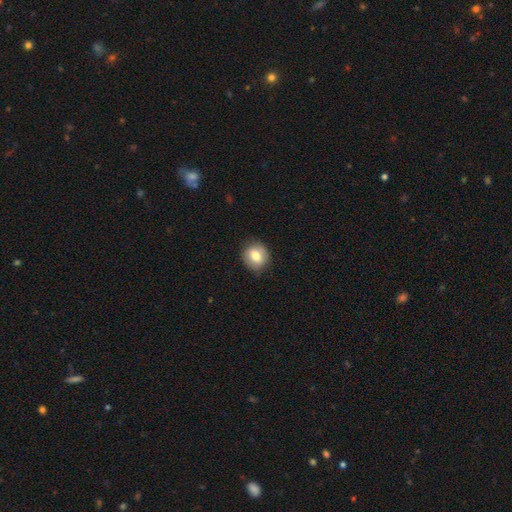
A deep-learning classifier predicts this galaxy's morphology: smooth 78%, featured or disk 14%, star or artifact 8%. Down the decision tree: how rounded — round (77%); merging — none (85%).